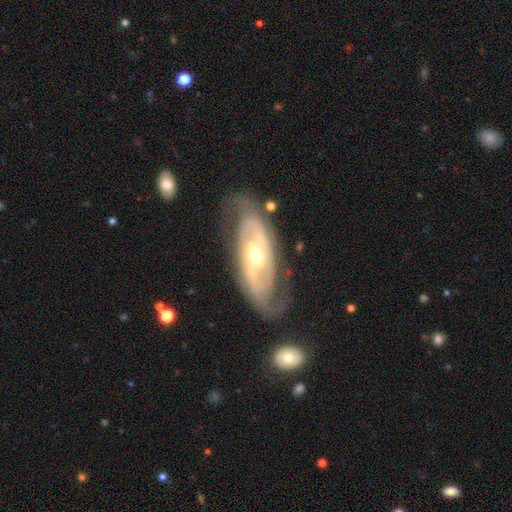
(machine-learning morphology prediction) Smooth or featured: featured or disk — 85% (smooth — 10%)
Edge-on disk: no — 92% (yes — 8%)
Bar: no — 44% (weak — 34%)
Spiral arms: yes — 87% (no — 13%)
Spiral winding: tight — 47% (medium — 37%)
Spiral arm count: 2 — 71% (can't tell — 19%)
Bulge size: moderate — 59% (small — 35%)
Merging: none — 69% (minor disturbance — 18%)